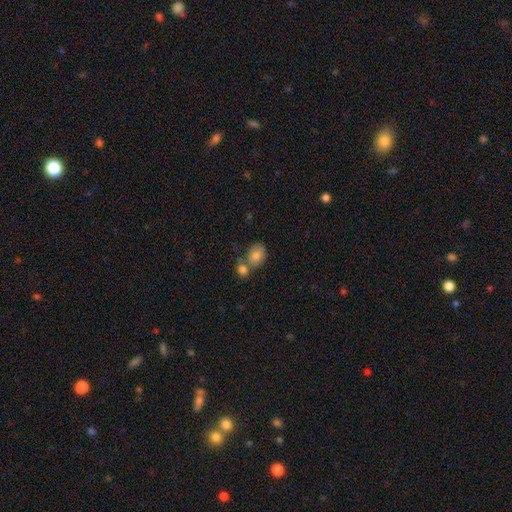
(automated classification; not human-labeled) smooth-or-featured: smooth: 81% | featured or disk: 11% | star or artifact: 8%
  how-rounded: in between: 61% | round: 37% | cigar-shaped: 1%
  merging: none: 44% | merger: 39% | minor disturbance: 12% | major disturbance: 4%